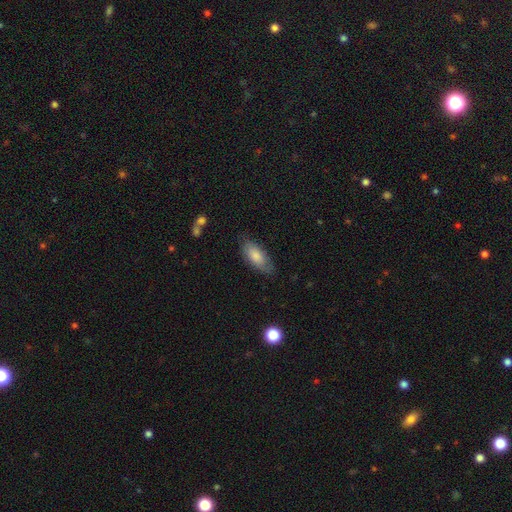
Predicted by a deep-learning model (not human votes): Morphology: type=smooth (77%); roundness=in between (86%); merging=none (76%).